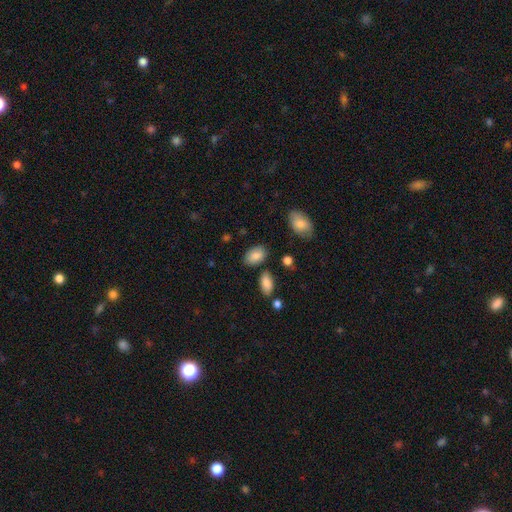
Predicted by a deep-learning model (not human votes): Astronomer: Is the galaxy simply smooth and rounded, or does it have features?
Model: smooth — 85%.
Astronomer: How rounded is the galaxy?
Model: in between — 89%.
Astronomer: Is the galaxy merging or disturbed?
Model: none — 80%.